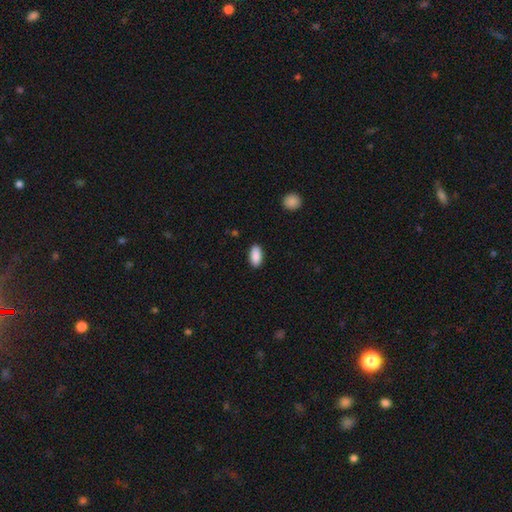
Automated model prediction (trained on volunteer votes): Q: Smooth or featured?
A: smooth (90%); runner-up: star or artifact (6%)
Q: How rounded?
A: in between (92%); runner-up: cigar-shaped (5%)
Q: Merging?
A: none (89%); runner-up: minor disturbance (8%)